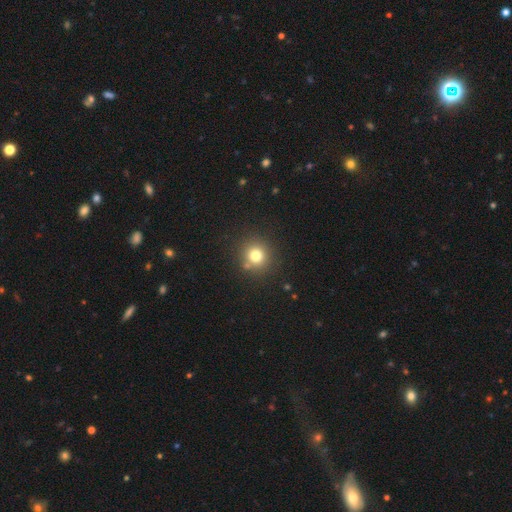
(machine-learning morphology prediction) smooth_or_featured: smooth (p=0.77) [alt: star or artifact p=0.15]
how_rounded: round (p=0.92) [alt: in between p=0.07]
merging: none (p=0.83) [alt: minor disturbance p=0.08]